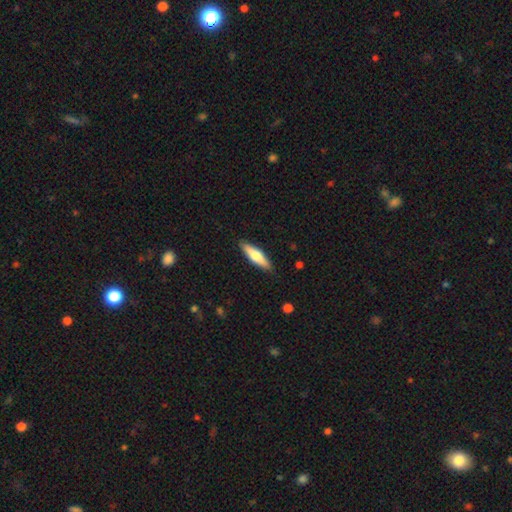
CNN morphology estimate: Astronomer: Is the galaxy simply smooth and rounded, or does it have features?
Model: smooth — 56% (runner-up: featured or disk, 39%).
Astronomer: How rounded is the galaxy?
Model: cigar-shaped — 67%.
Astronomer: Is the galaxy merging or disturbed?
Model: none — 89%.